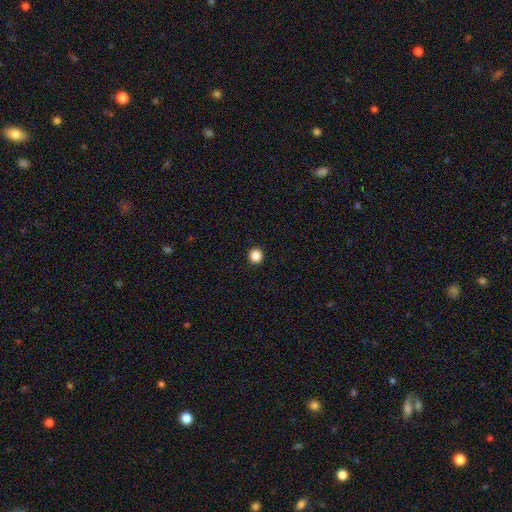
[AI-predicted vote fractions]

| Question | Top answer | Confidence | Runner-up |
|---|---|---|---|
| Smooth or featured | smooth | 86% | star or artifact (11%) |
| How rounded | round | 95% | in between (4%) |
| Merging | none | 94% | minor disturbance (3%) |